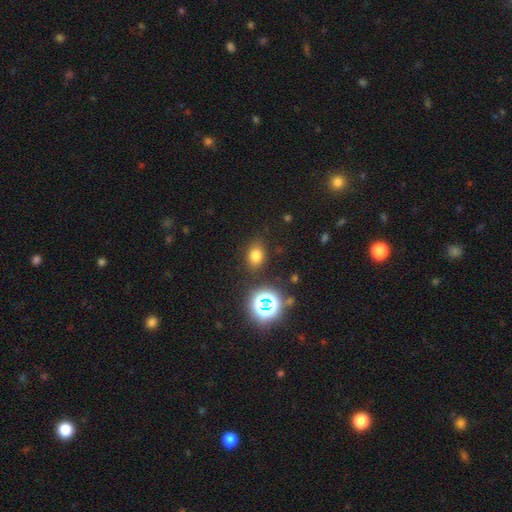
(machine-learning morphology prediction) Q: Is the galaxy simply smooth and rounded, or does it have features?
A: smooth — 72%.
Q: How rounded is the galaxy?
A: in between — 64%.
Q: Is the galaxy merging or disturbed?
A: none — 82%.